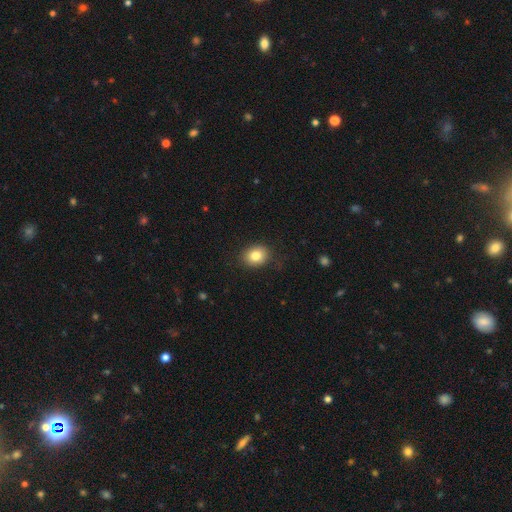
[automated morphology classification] smooth-or-featured: smooth: 81% | star or artifact: 10% | featured or disk: 9%
  how-rounded: round: 55% | in between: 44% | cigar-shaped: 1%
  merging: none: 85% | minor disturbance: 11% | major disturbance: 3% | merger: 1%